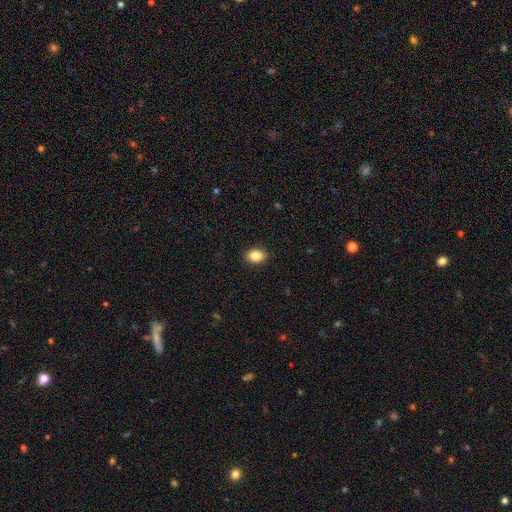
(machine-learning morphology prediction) A smooth galaxy with no disk features (85%) that is in between round and cigar-shaped (78%).

Vote fractions:
- Smooth or featured? smooth: 85% / star or artifact: 9% / featured or disk: 6%
- How rounded? in between: 78% / round: 21% / cigar-shaped: 1%
- Merging? none: 90% / minor disturbance: 7% / major disturbance: 2% / merger: 1%